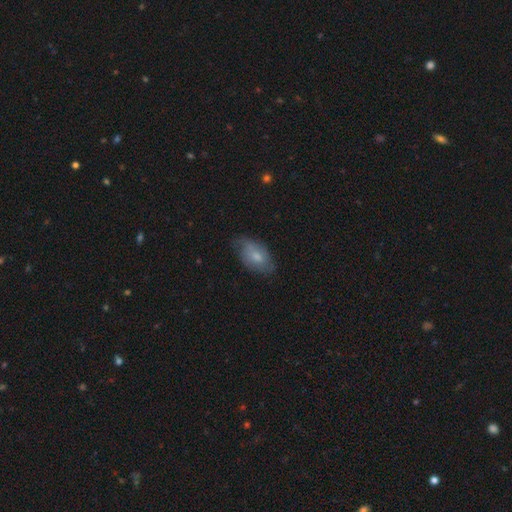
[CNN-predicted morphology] smooth 66%, featured or disk 27%, star or artifact 7%. Down the decision tree: how rounded — in between (91%); merging — none (60%).